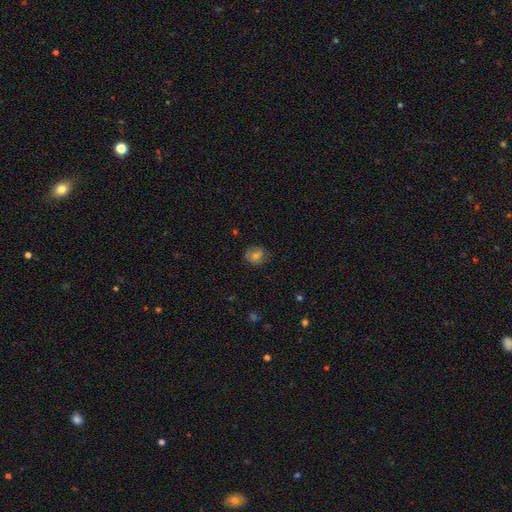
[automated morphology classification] Q: Smooth or featured?
A: smooth (71%); runner-up: featured or disk (16%)
Q: How rounded?
A: round (75%); runner-up: in between (24%)
Q: Merging?
A: none (78%); runner-up: minor disturbance (16%)